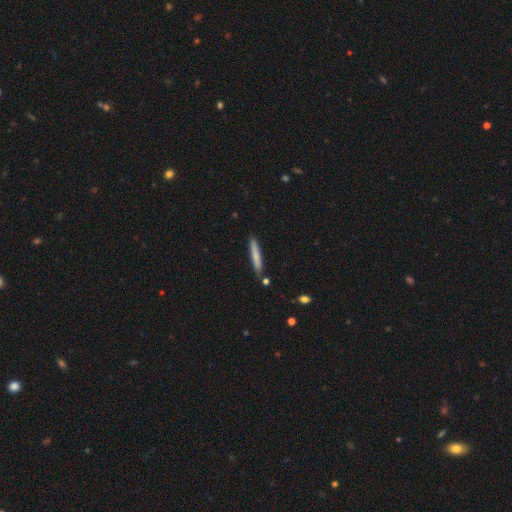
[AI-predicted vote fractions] Overall: smooth (73%). How rounded: cigar-shaped (95%). Merging: none (85%).